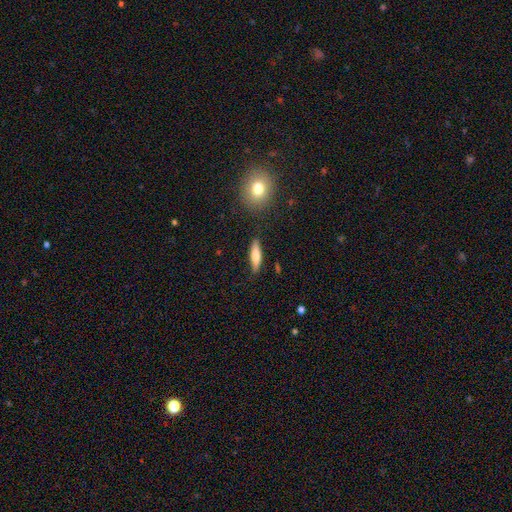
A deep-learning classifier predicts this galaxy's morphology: smooth-or-featured: smooth: 70% | featured or disk: 24% | star or artifact: 6%
  how-rounded: cigar-shaped: 67% | in between: 30% | round: 2%
  merging: none: 84% | minor disturbance: 12% | major disturbance: 3% | merger: 2%